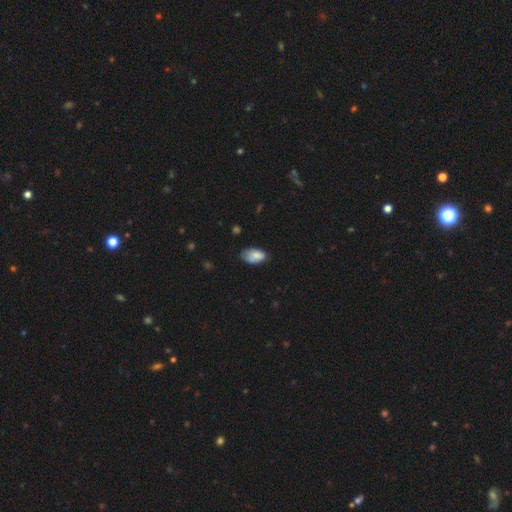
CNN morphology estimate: type=smooth (78%); roundness=in between (93%); merging=none (52%).